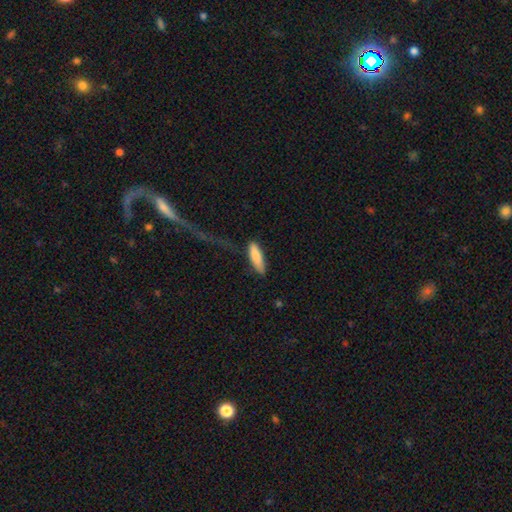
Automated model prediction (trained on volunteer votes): Smooth or featured? Predicted: smooth (p=0.81). How rounded? Predicted: cigar-shaped (p=0.61). Merging? Predicted: none (p=0.69).